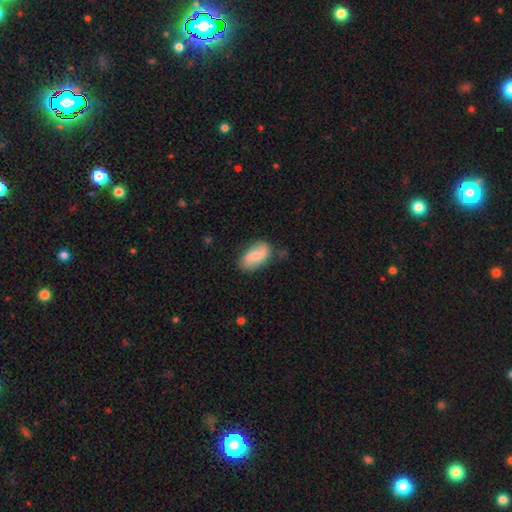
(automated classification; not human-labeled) A smooth galaxy with no disk features (53%) that is in between round and cigar-shaped (92%).

Vote fractions:
- Smooth or featured? smooth: 53% / featured or disk: 40% / star or artifact: 6%
- How rounded? in between: 92% / round: 4% / cigar-shaped: 4%
- Merging? none: 70% / minor disturbance: 22% / major disturbance: 5% / merger: 2%